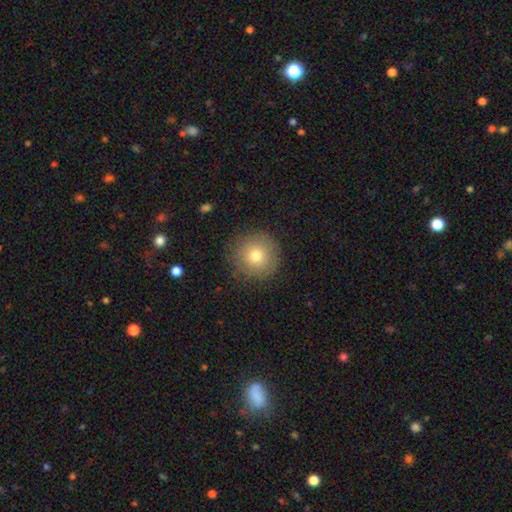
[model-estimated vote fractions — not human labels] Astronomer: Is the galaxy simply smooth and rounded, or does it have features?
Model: smooth — 75%.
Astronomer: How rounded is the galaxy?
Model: round — 96%.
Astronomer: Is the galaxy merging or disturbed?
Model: none — 87%.